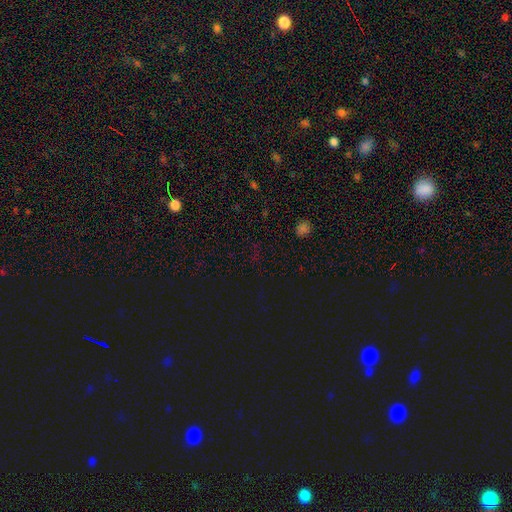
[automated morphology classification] This is likely a star or artifact rather than a galaxy (70%).